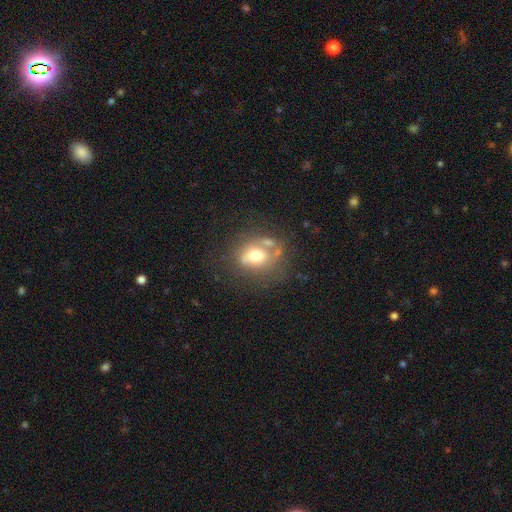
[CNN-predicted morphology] The model was most divided on "how rounded": round: 51%, in between: 47%, cigar-shaped: 1%. Remaining: smooth or featured — smooth (58%); merging — none (48%).